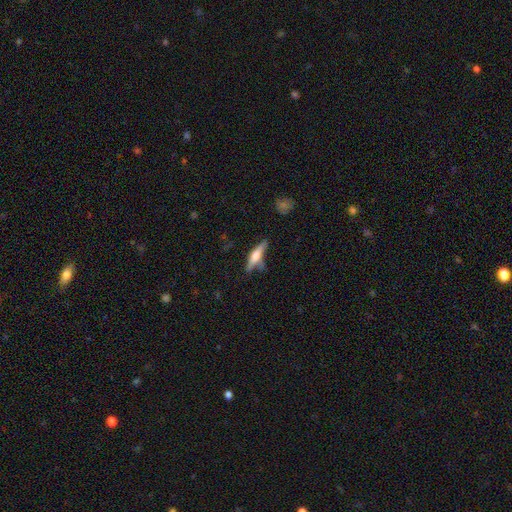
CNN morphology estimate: A featured or disk galaxy (50%) viewed edge-on (93%). Merging: none (63%).